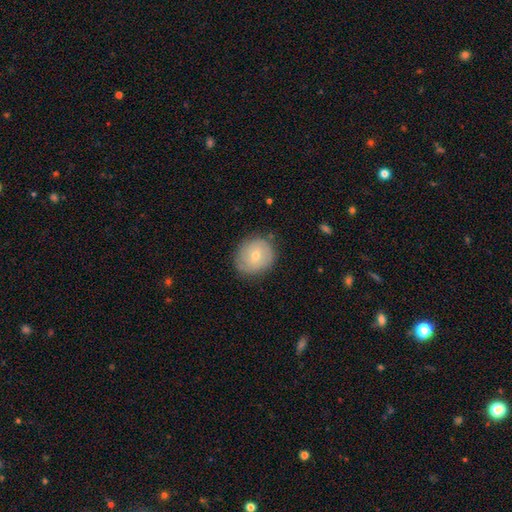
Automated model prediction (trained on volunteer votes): The model was most divided on "smooth or featured": smooth: 61%, featured or disk: 31%, star or artifact: 7%. More confident: how rounded — round (85%); merging — none (80%).